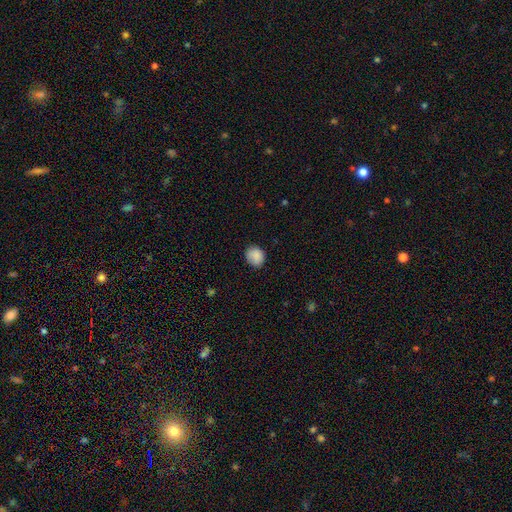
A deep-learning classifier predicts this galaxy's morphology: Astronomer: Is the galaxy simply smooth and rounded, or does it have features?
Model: smooth — 88%.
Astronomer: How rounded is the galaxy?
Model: round — 70%.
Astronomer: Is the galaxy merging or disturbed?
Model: none — 80%.